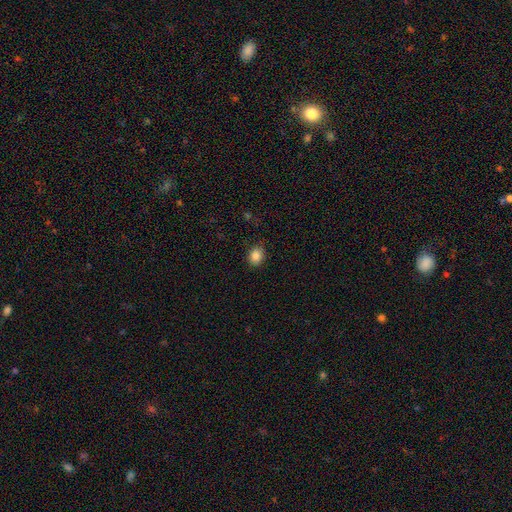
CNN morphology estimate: This is clearly a smooth galaxy (87%). How rounded: possibly in between (54%). Merging: clearly none (84%).